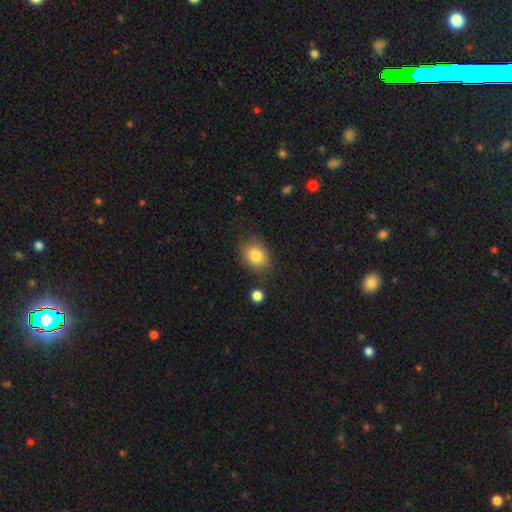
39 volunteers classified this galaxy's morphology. Smooth or featured?
  - smooth: 90% *
  - star or artifact: 8%
  - featured or disk: 3%
How rounded?
  - in between: 57% *
  - round: 43%
  - cigar-shaped: 0%
Merging?
  - none: 67% *
  - minor disturbance: 22%
  - major disturbance: 11%
  - merger: 0%